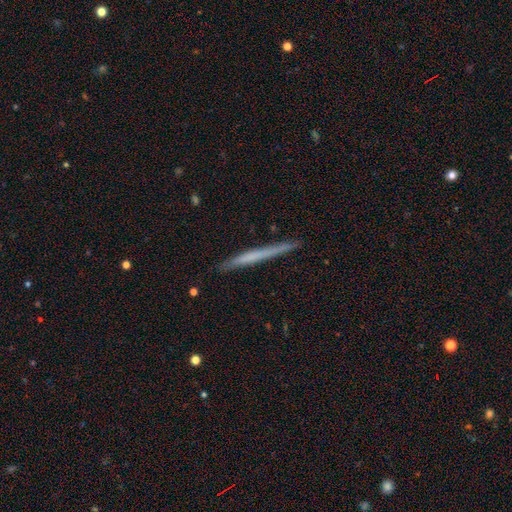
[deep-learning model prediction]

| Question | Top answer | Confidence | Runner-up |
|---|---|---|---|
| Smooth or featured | smooth | 52% | featured or disk (43%) |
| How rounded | cigar-shaped | 97% | in between (2%) |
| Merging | none | 90% | minor disturbance (8%) |